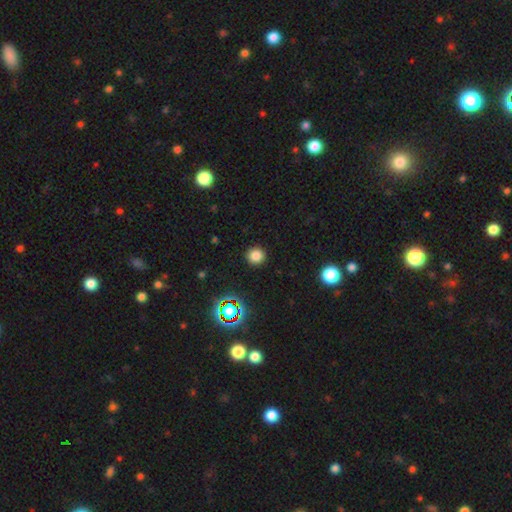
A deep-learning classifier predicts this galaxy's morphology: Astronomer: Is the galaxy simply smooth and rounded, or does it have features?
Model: smooth — 79%.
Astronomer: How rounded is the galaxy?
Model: round — 93%.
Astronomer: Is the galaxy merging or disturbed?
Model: none — 91%.